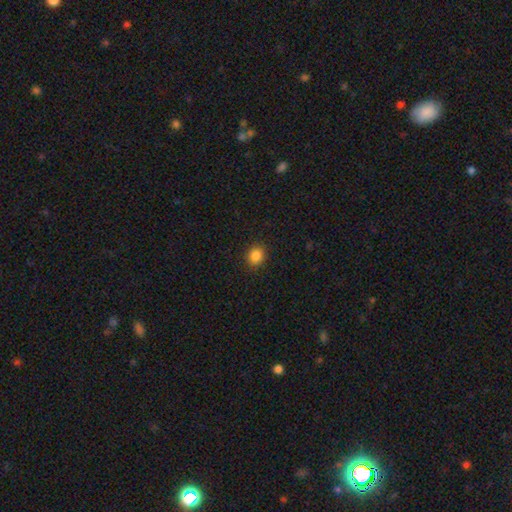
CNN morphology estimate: smooth 85%, star or artifact 11%, featured or disk 4%. Down the decision tree: how rounded — round (78%); merging — none (90%).